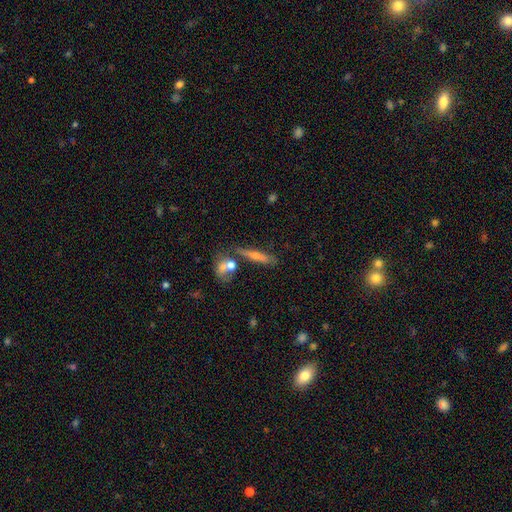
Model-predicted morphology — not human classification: Smooth or featured? featured or disk (53%)
Edge-on disk? yes (90%)
Merging? none (68%)